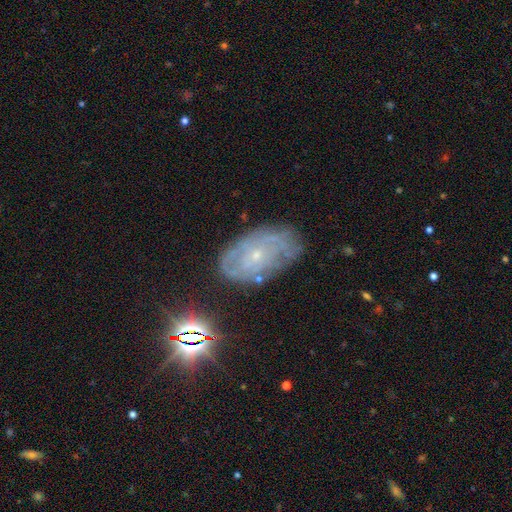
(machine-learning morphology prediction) Q: Smooth or featured?
A: featured or disk (70%); runner-up: smooth (18%)
Q: Edge-on disk?
A: no (94%); runner-up: yes (6%)
Q: Bar?
A: no (80%); runner-up: weak (17%)
Q: Spiral arms?
A: yes (76%); runner-up: no (24%)
Q: Spiral winding?
A: tight (68%); runner-up: medium (24%)
Q: Spiral arm count?
A: can't tell (60%); runner-up: 2 (16%)
Q: Bulge size?
A: small (84%); runner-up: moderate (12%)
Q: Merging?
A: none (71%); runner-up: minor disturbance (20%)